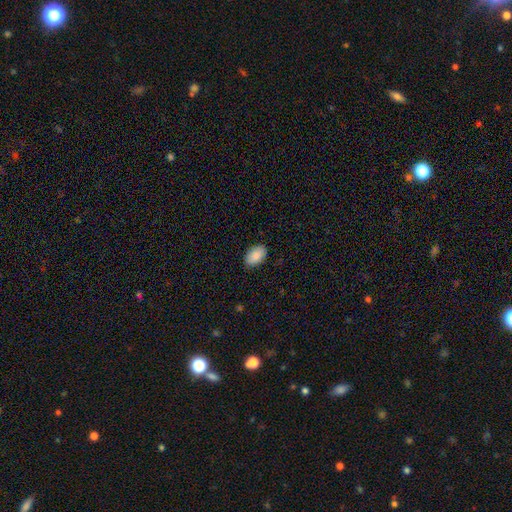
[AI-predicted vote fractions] Q: Smooth or featured?
A: smooth (89%); runner-up: star or artifact (6%)
Q: How rounded?
A: in between (93%); runner-up: round (6%)
Q: Merging?
A: none (87%); runner-up: minor disturbance (10%)